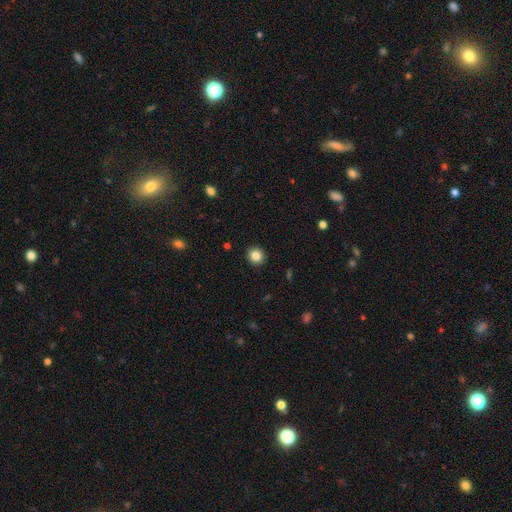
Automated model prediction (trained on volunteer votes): Overall: smooth (84%). How rounded: round (91%). Merging: none (93%).